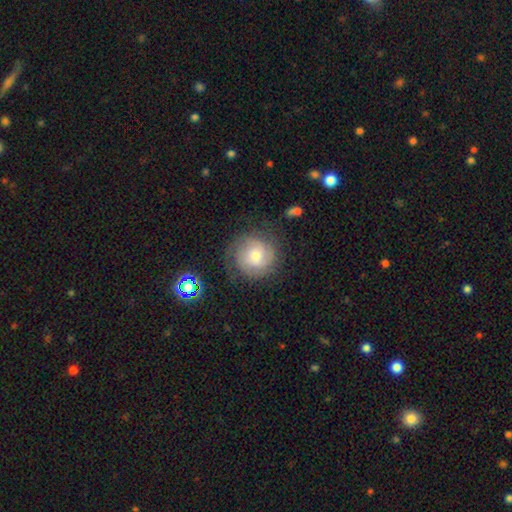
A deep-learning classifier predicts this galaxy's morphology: Smooth or featured: featured or disk — 52% (smooth — 37%)
Edge-on disk: no — 97% (yes — 3%)
Bar: no — 70% (weak — 25%)
Spiral arms: yes — 85% (no — 15%)
Bulge size: small — 46% (moderate — 45%)
Merging: none — 75% (minor disturbance — 16%)